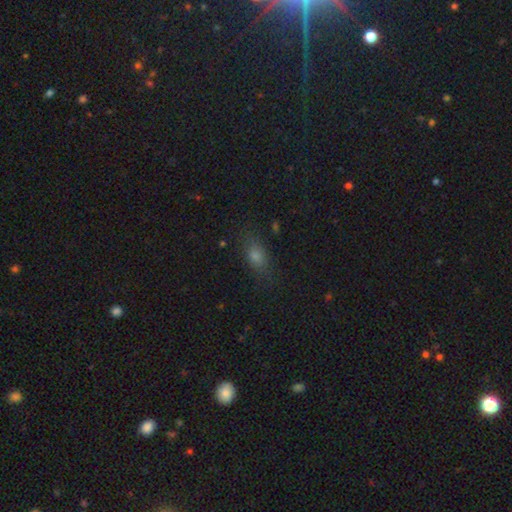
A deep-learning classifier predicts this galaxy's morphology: smooth_or_featured: smooth (p=0.65) [alt: star or artifact p=0.22]
how_rounded: in between (p=0.69) [alt: round p=0.17]
merging: none (p=0.79) [alt: minor disturbance p=0.14]